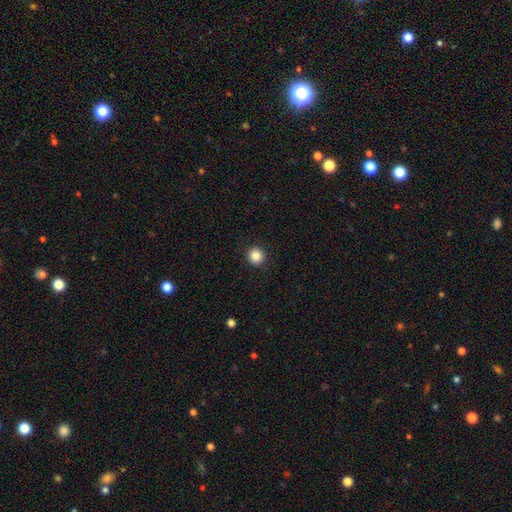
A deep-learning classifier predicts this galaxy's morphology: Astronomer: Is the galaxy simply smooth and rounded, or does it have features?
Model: smooth — 85%.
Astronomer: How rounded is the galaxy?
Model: round — 94%.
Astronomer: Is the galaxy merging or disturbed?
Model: none — 93%.